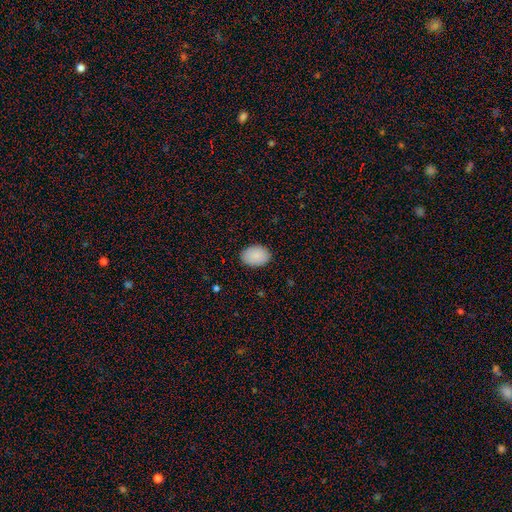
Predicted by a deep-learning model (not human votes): smooth 90%, star or artifact 6%, featured or disk 3%. Down the decision tree: how rounded — in between (81%); merging — none (88%).